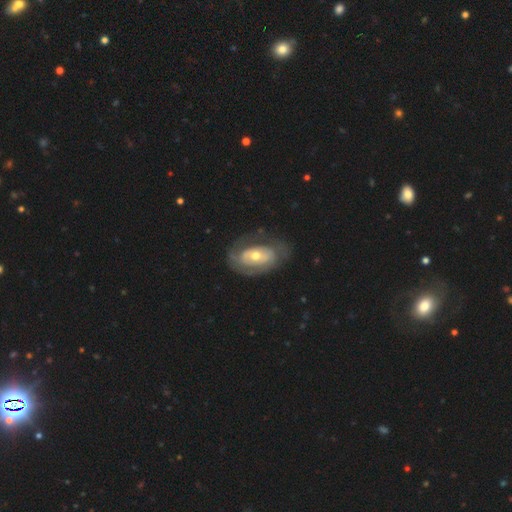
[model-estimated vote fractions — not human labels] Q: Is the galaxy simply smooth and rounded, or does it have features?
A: featured or disk — 68%.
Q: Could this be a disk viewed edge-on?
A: no — 93%.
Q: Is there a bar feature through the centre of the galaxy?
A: no — 68%.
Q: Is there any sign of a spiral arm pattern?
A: yes — 55%.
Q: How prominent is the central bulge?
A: moderate — 65%.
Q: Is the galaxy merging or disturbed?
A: none — 64%.